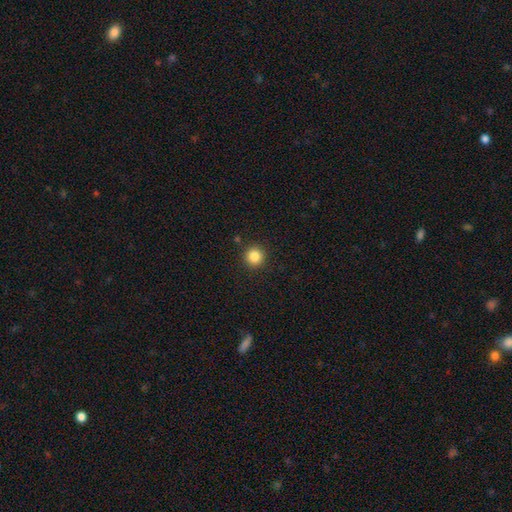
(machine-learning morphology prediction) smooth 85%, star or artifact 11%, featured or disk 4%. Down the decision tree: how rounded — round (95%); merging — none (91%).